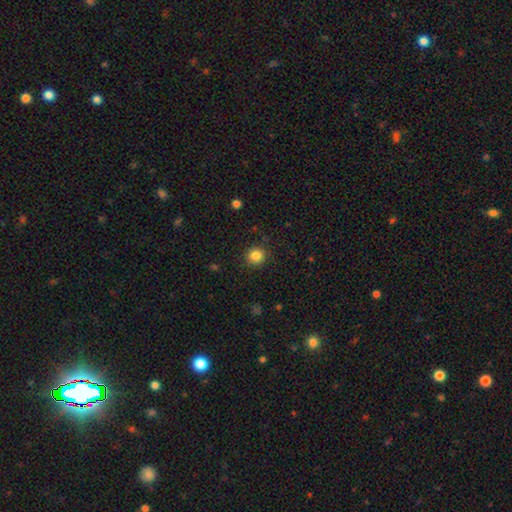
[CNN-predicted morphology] Smooth or featured? Predicted: smooth (p=0.85). How rounded? Predicted: round (p=0.92). Merging? Predicted: none (p=0.90).